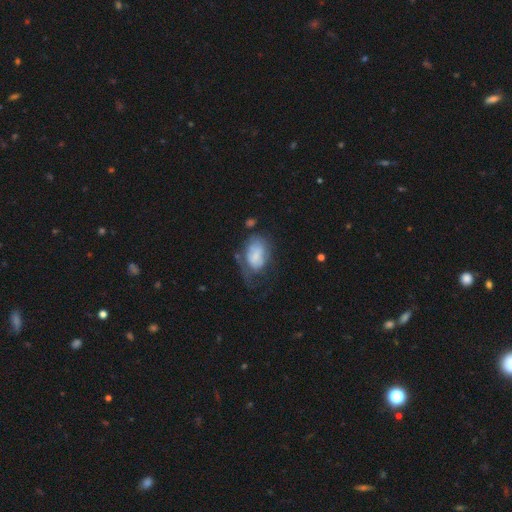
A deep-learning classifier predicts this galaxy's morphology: Smooth or featured?
  - smooth: 52% *
  - featured or disk: 39%
  - star or artifact: 8%
How rounded?
  - in between: 87% *
  - round: 12%
  - cigar-shaped: 2%
Merging?
  - major disturbance: 39% *
  - minor disturbance: 28%
  - none: 27%
  - merger: 5%